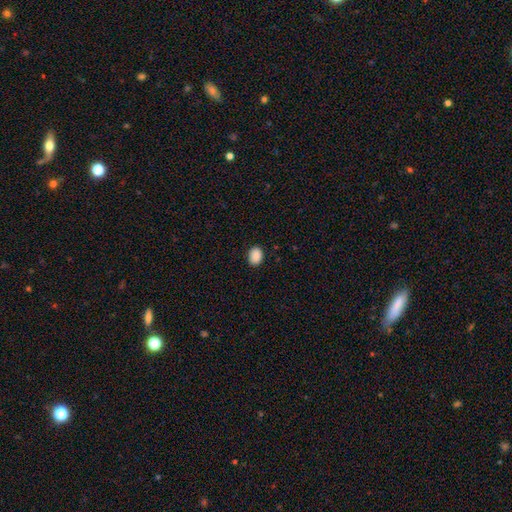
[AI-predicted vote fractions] The model was most divided on "how rounded": in between: 62%, round: 37%, cigar-shaped: 1%. More confident: smooth or featured — smooth (90%); merging — none (89%).